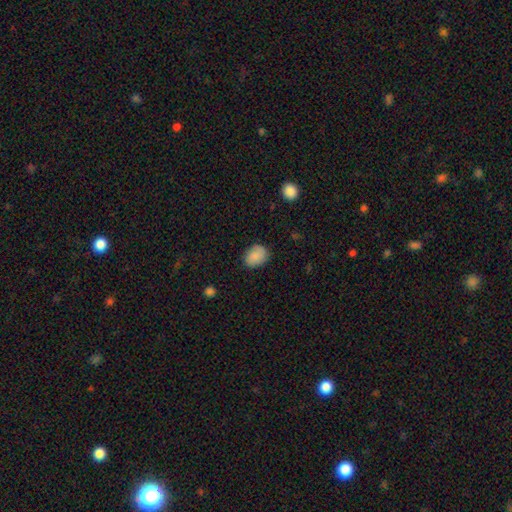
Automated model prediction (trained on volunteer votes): A smooth galaxy with no disk features (85%) that is in between round and cigar-shaped (62%). Merging: none (79%).